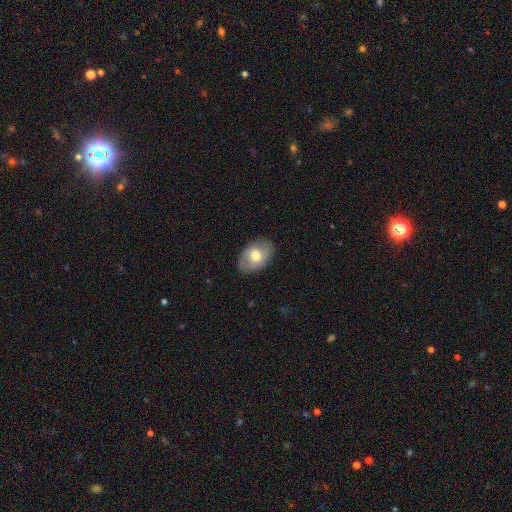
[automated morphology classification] smooth 56%, featured or disk 37%, star or artifact 7%. Down the decision tree: how rounded — in between (85%); merging — none (82%).